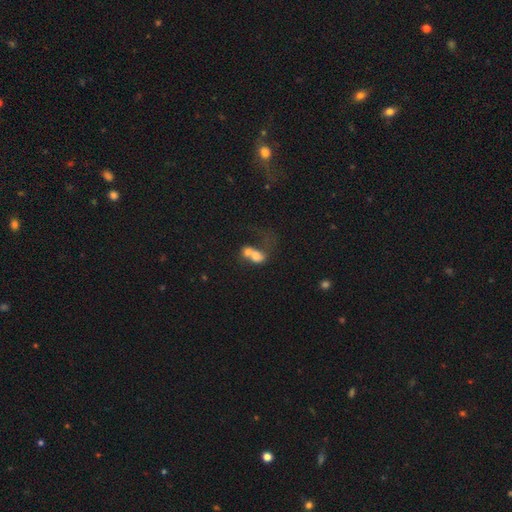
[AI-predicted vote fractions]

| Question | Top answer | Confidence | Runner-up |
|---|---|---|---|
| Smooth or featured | smooth | 61% | featured or disk (28%) |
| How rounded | in between | 57% | round (41%) |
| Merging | merger | 71% | major disturbance (13%) |